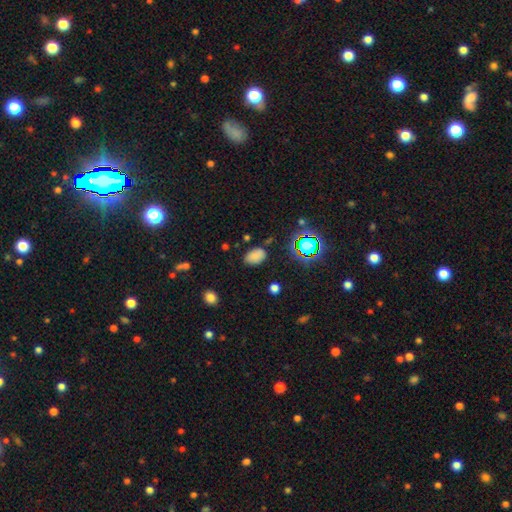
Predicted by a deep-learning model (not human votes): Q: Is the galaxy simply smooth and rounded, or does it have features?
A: smooth — 76%.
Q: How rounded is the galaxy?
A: in between — 89%.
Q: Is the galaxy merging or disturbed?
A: none — 79%.